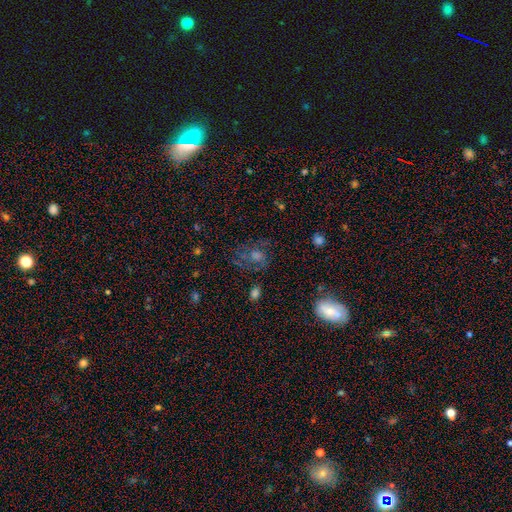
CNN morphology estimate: Q: Smooth or featured?
A: smooth (41%); runner-up: featured or disk (38%)
Q: Merging?
A: none (55%); runner-up: major disturbance (21%)